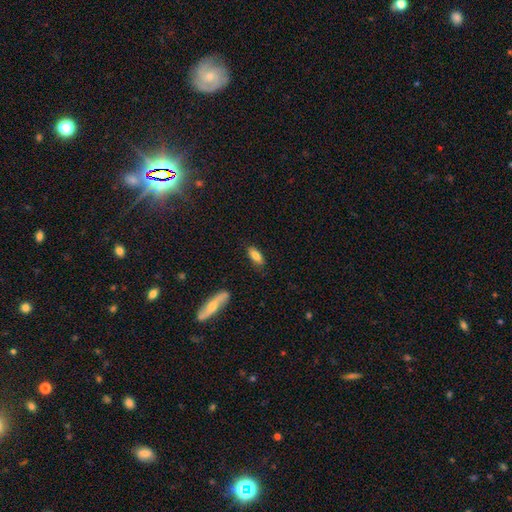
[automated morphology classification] This is likely a smooth galaxy (80%). How rounded: likely in between (74%). Merging: clearly none (80%).